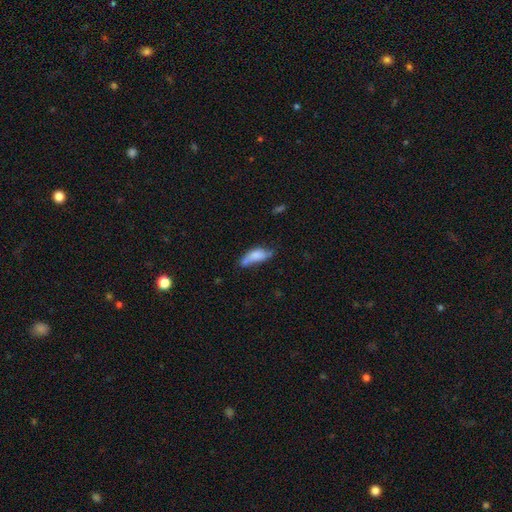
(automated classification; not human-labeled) Smooth or featured? Predicted: smooth (p=0.69). How rounded? Predicted: in between (p=0.70). Merging? Predicted: none (p=0.37).